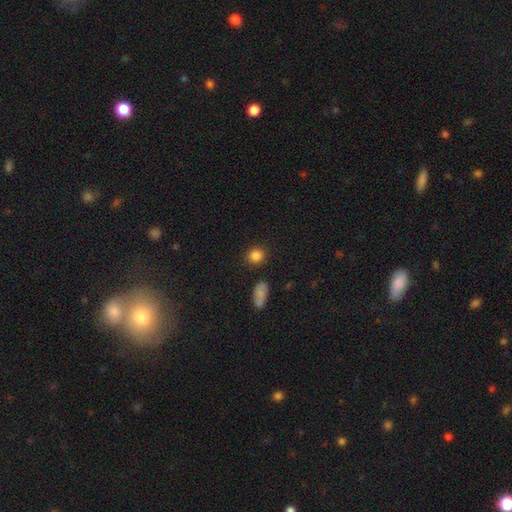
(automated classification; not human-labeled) Smooth or featured? smooth (85%)
How rounded? round (83%)
Merging? none (87%)